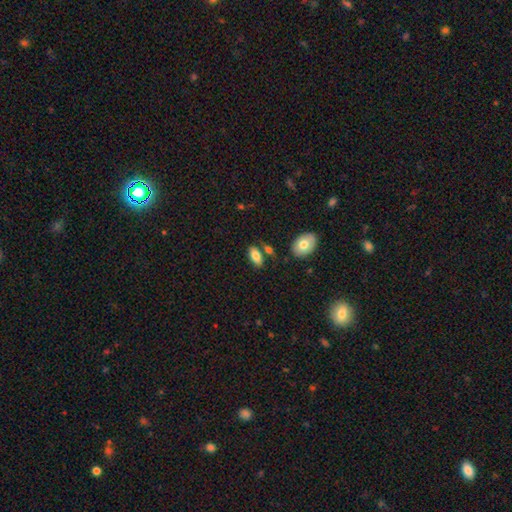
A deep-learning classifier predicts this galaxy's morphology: Smooth or featured: smooth — 80% (featured or disk — 13%)
How rounded: in between — 91% (cigar-shaped — 5%)
Merging: none — 73% (minor disturbance — 13%)